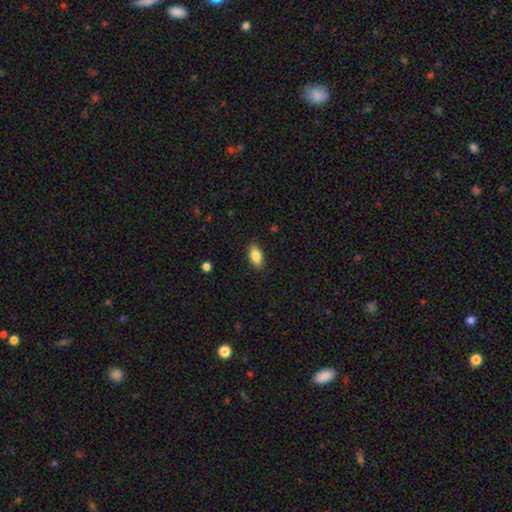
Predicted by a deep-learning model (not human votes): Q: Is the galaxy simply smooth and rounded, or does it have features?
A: smooth — 83%.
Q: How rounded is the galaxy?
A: in between — 89%.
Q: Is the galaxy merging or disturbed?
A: none — 88%.